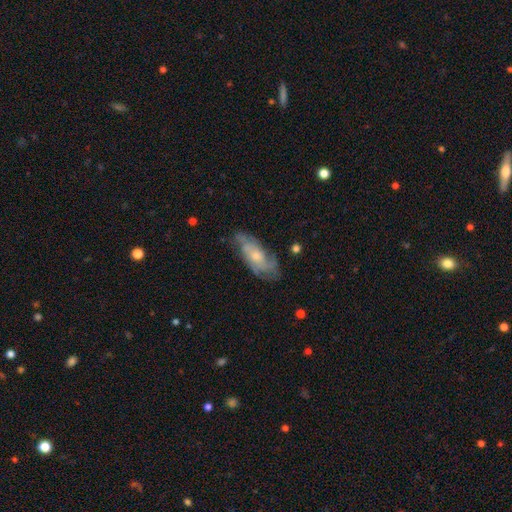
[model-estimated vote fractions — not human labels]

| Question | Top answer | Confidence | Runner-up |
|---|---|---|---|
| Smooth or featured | featured or disk | 67% | smooth (27%) |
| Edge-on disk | no | 88% | yes (12%) |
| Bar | no | 76% | weak (21%) |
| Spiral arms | yes | 84% | no (16%) |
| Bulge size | small | 49% | moderate (43%) |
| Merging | none | 64% | minor disturbance (25%) |